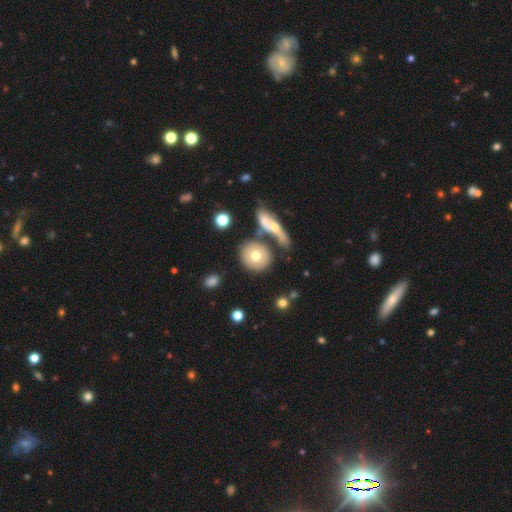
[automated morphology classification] This appears to be a smooth galaxy with no disk features (68%) that is round (84%). Merging: none (70%).